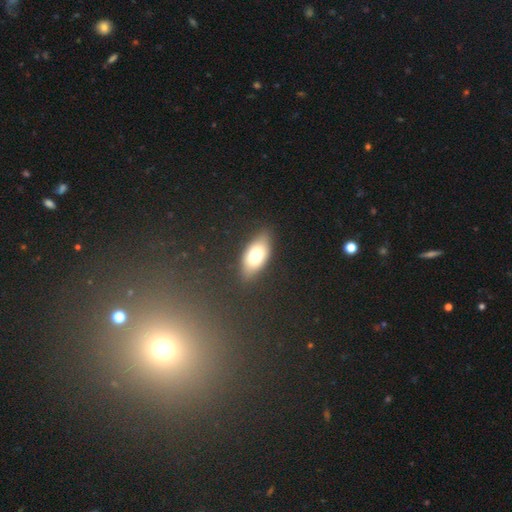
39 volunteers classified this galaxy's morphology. smooth-or-featured: smooth: 90% | featured or disk: 8% | star or artifact: 3%
  how-rounded: in between: 86% | round: 9% | cigar-shaped: 6%
  merging: none: 82% | minor disturbance: 13% | major disturbance: 5% | merger: 0%